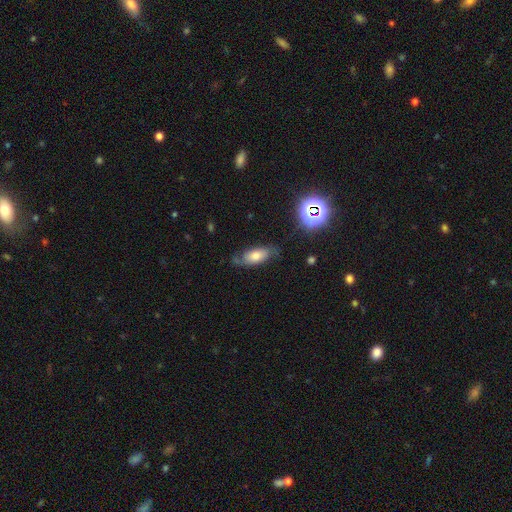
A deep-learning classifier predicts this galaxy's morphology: Smooth or featured? Predicted: smooth (p=0.55). How rounded? Predicted: in between (p=0.81). Merging? Predicted: none (p=0.62).